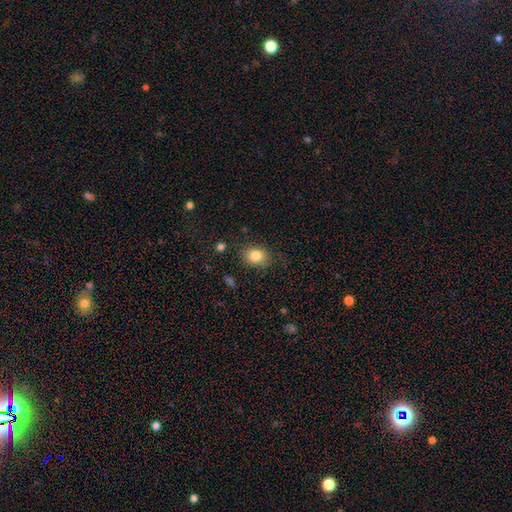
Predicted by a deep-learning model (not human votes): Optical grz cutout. It shows a smooth galaxy with no disk features (83%) that is round (50%). Merging: none (81%).